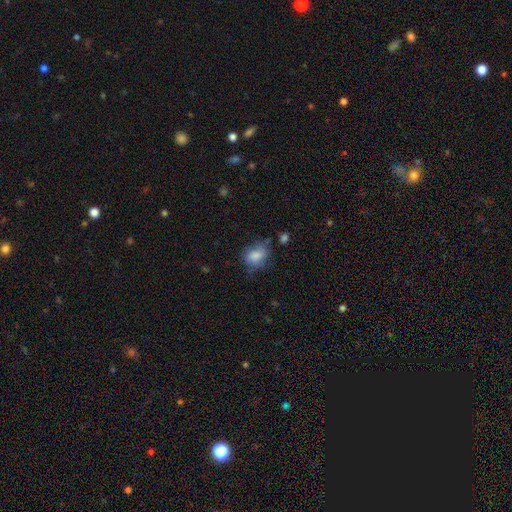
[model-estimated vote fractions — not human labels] smooth 80%, featured or disk 11%, star or artifact 8%. Down the decision tree: how rounded — in between (66%); merging — none (60%).